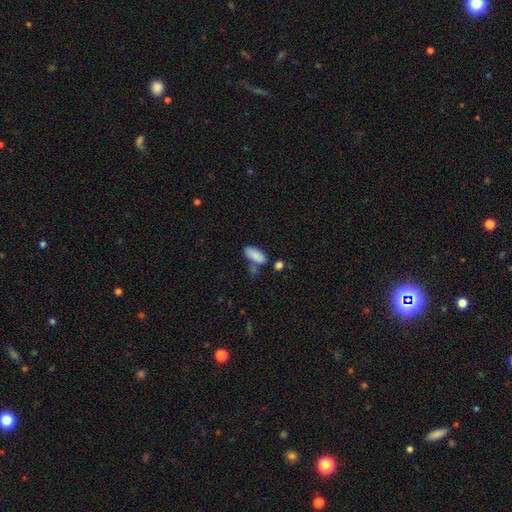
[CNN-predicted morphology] The model was most divided on "merging": none: 53%, minor disturbance: 20%, merger: 20%, major disturbance: 8%. More confident: smooth or featured — smooth (87%); how rounded — in between (86%).